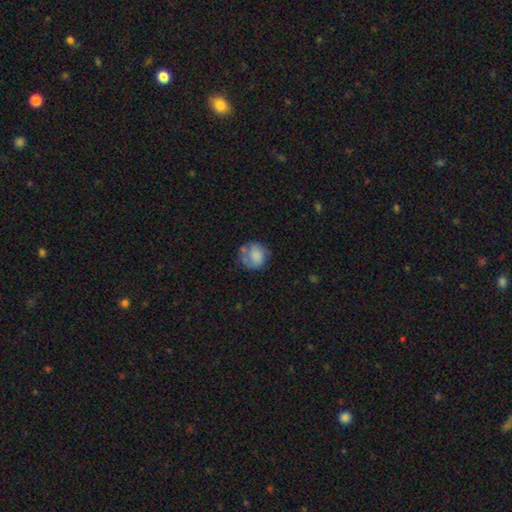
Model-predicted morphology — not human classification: Overall: smooth (73%). How rounded: round (73%). Merging: none (51%; minor disturbance 28%).